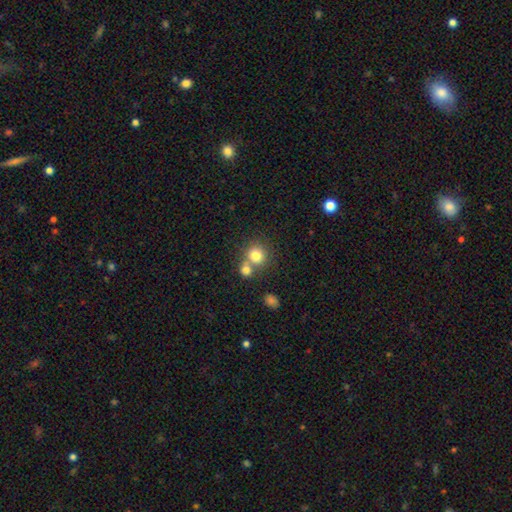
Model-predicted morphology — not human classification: smooth_or_featured: smooth (p=0.78) [alt: star or artifact p=0.12]
how_rounded: round (p=0.86) [alt: in between p=0.13]
merging: none (p=0.50) [alt: merger p=0.40]